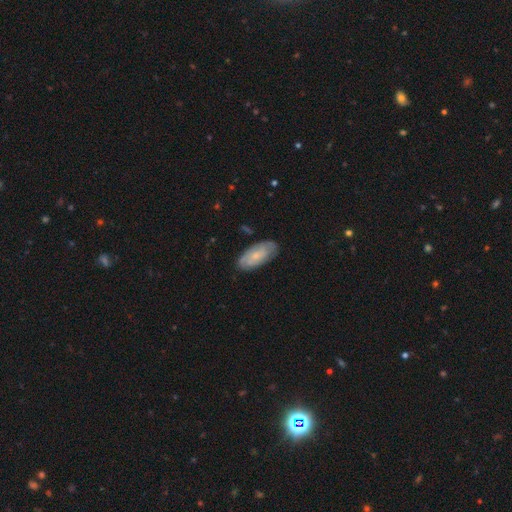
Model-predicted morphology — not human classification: The model was most divided on "smooth or featured": smooth: 51%, featured or disk: 43%, star or artifact: 6%. More confident: how rounded — in between (88%); merging — none (79%).